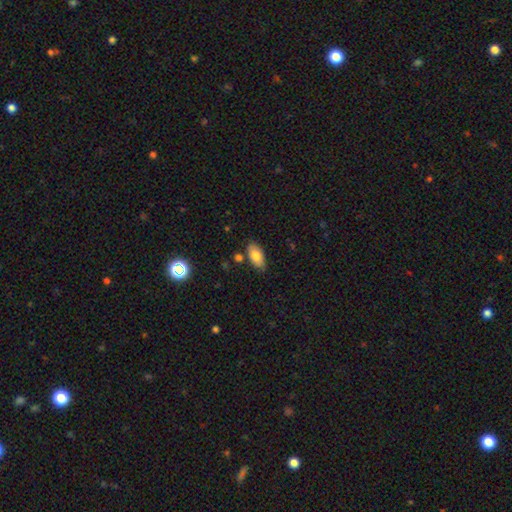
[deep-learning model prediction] A smooth galaxy with no disk features (78%) that is in between round and cigar-shaped (91%). Merging: none (80%).